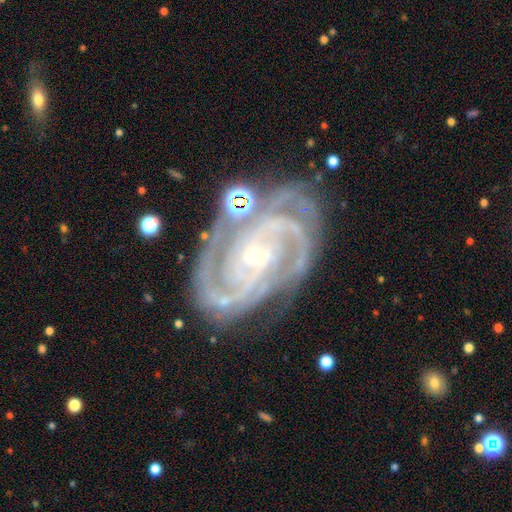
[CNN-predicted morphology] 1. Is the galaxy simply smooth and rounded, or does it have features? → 92% featured or disk, 5% star or artifact, 3% smooth.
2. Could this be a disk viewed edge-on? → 97% no, 3% yes.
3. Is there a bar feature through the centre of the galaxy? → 64% no, 22% weak, 14% strong.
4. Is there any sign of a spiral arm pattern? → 99% yes, 1% no.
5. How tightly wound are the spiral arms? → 72% tight, 25% medium, 3% loose.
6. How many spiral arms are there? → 33% 2, 29% 3, 15% 4, 11% can't tell, 7% more than 4, 6% 1.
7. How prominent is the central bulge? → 84% small, 13% moderate, 2% none, 1% large, 1% dominant.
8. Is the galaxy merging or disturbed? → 71% none, 18% minor disturbance, 7% major disturbance, 5% merger.